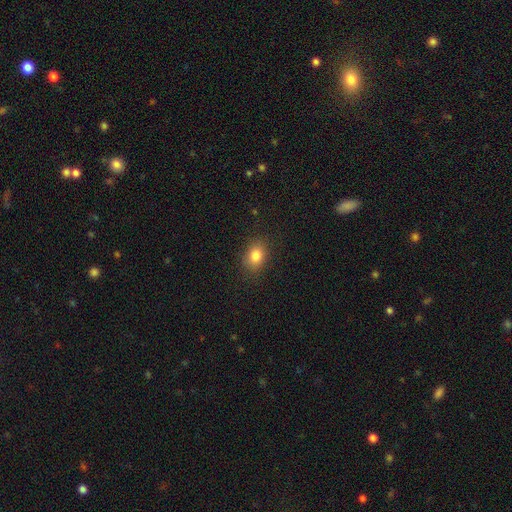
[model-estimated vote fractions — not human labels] A smooth galaxy with no disk features (83%) that is in between round and cigar-shaped (67%).

Vote fractions:
- Smooth or featured? smooth: 83% / star or artifact: 10% / featured or disk: 7%
- How rounded? in between: 67% / round: 32% / cigar-shaped: 1%
- Merging? none: 84% / minor disturbance: 11% / major disturbance: 3% / merger: 1%